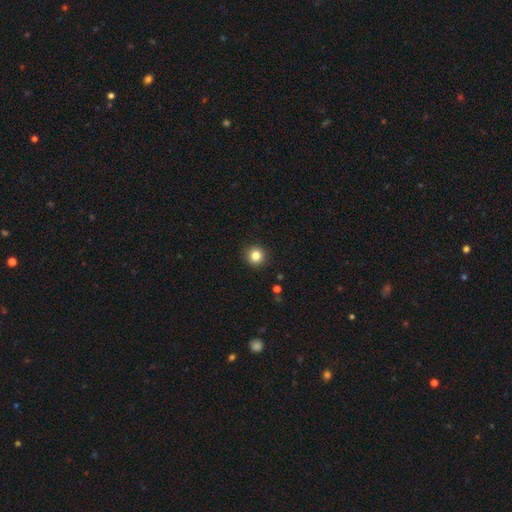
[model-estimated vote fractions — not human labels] smooth-or-featured: smooth: 84% | star or artifact: 11% | featured or disk: 6%
  how-rounded: round: 94% | in between: 5% | cigar-shaped: 1%
  merging: none: 92% | minor disturbance: 5% | major disturbance: 2% | merger: 1%